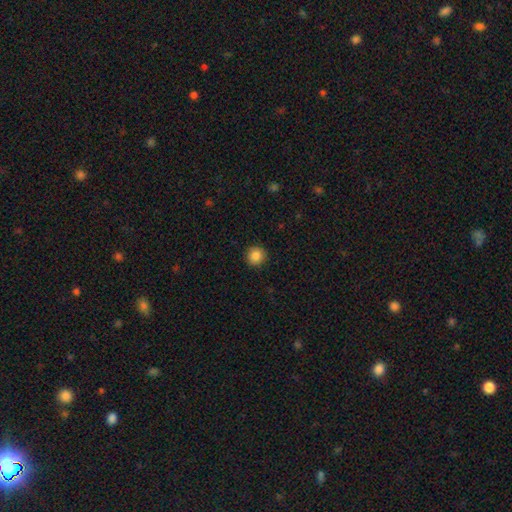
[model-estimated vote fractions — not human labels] A smooth galaxy with no disk features (86%) that is round (94%). Merging: none (92%).